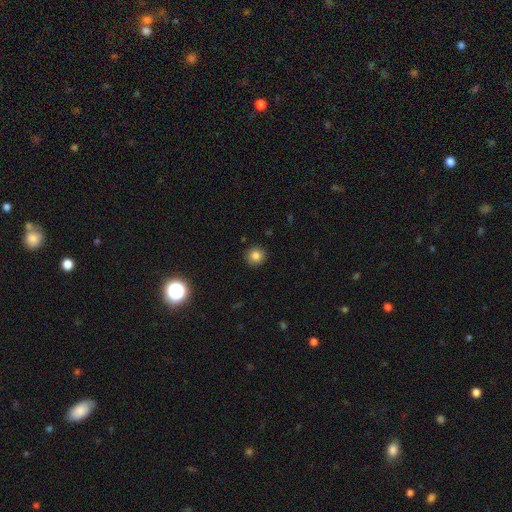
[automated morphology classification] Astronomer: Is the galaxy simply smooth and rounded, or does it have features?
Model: smooth — 83%.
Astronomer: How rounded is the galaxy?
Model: round — 93%.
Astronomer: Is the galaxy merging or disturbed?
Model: none — 91%.